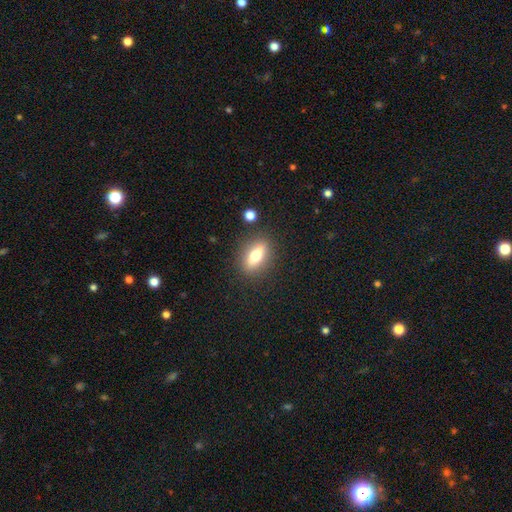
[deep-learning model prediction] This appears to be a smooth galaxy with no disk features (62%) that is in between round and cigar-shaped (69%). Merging: none (86%).